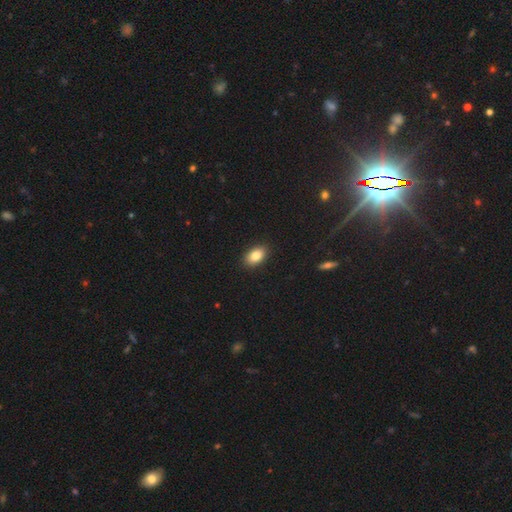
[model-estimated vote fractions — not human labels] The model was most divided on "smooth or featured": smooth: 84%, star or artifact: 8%, featured or disk: 7%. More confident: how rounded — in between (90%); merging — none (90%).